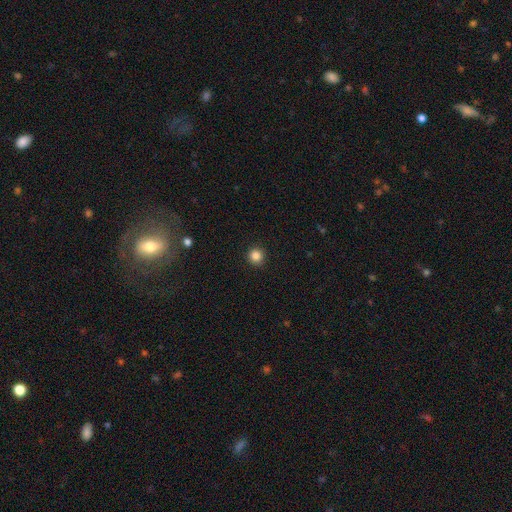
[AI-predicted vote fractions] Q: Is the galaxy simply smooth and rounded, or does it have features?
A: smooth — 84%.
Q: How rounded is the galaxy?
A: round — 94%.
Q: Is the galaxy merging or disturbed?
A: none — 93%.